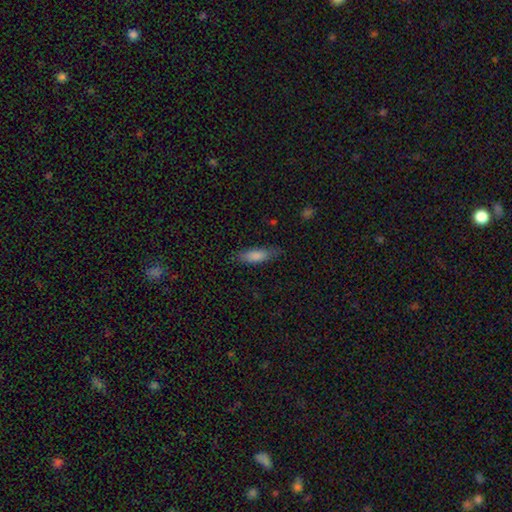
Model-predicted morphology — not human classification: This is clearly a smooth galaxy (84%). How rounded: possibly in between (58%). Merging: likely none (76%).